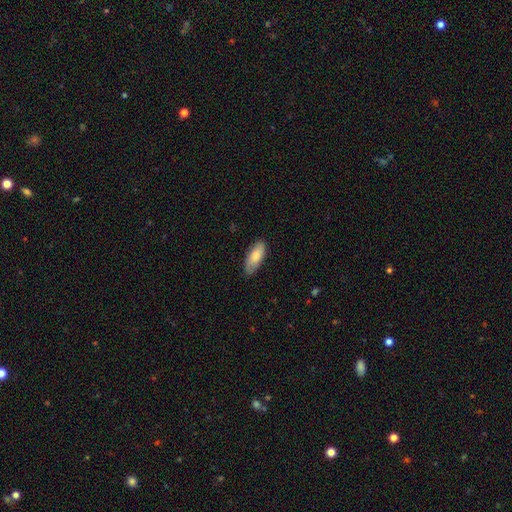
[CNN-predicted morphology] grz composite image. It shows a smooth galaxy with no disk features (81%) that is in between round and cigar-shaped (80%). Merging: none (79%).